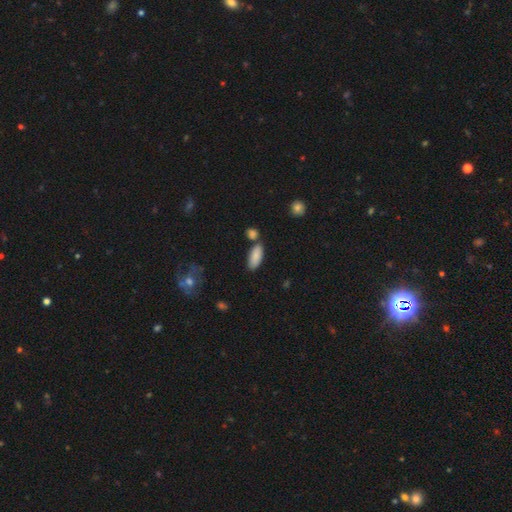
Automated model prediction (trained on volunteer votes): Overall: smooth (86%). How rounded: in between (82%). Merging: none (70%).